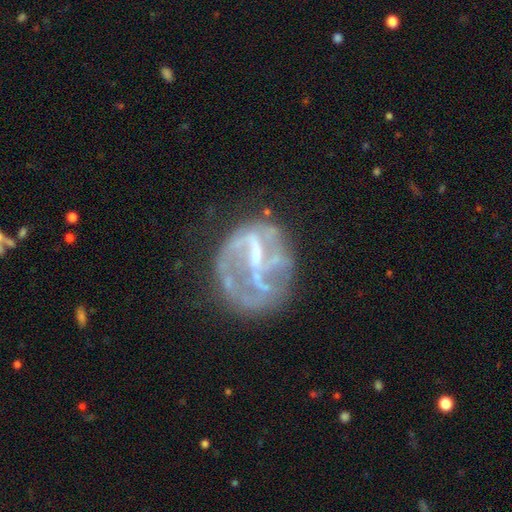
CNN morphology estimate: A featured or disk galaxy (77%) with a weak bar (40%), spiral arms (57%) and no central bulge (47%).

Vote fractions:
- Smooth or featured? featured or disk: 77% / smooth: 13% / star or artifact: 10%
- Edge-on disk? no: 98% / yes: 2%
- Bar? weak: 40% / strong: 32% / no: 28%
- Spiral arms? yes: 57% / no: 43%
- Bulge size? none: 47% / small: 30% / moderate: 20% / large: 3% / dominant: 1%
- Merging? none: 46% / major disturbance: 30% / minor disturbance: 19% / merger: 5%